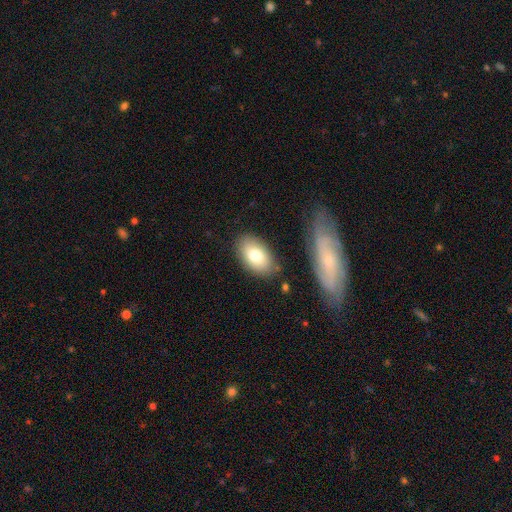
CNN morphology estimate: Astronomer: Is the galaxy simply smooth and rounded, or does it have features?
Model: smooth — 78%.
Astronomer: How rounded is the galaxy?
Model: in between — 92%.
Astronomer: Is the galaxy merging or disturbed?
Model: none — 81%.